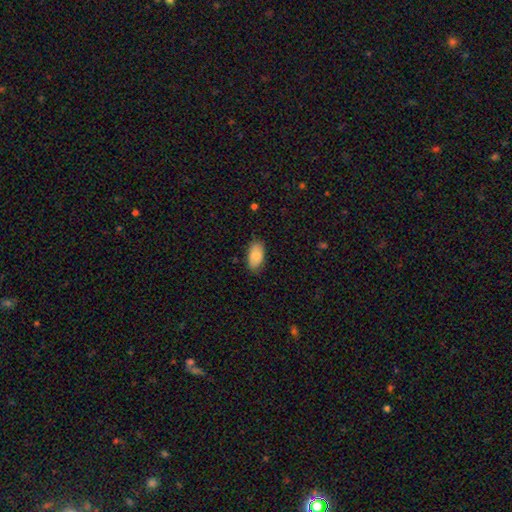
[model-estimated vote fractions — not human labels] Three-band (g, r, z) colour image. It shows a smooth galaxy with no disk features (85%) that is in between round and cigar-shaped (95%). Merging: none (83%).